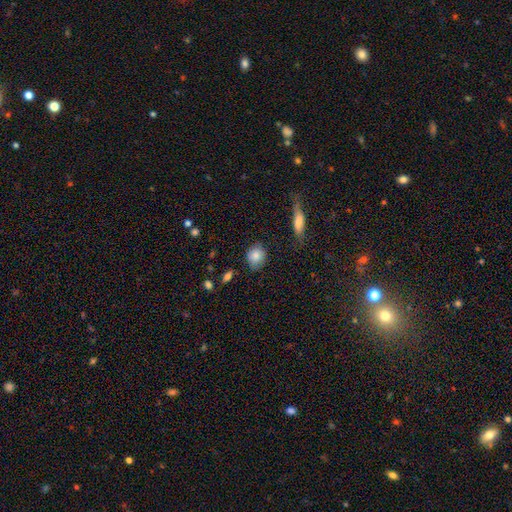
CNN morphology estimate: The model was most divided on "how rounded": round: 62%, in between: 36%, cigar-shaped: 2%. More confident: smooth or featured — smooth (83%); merging — none (76%).